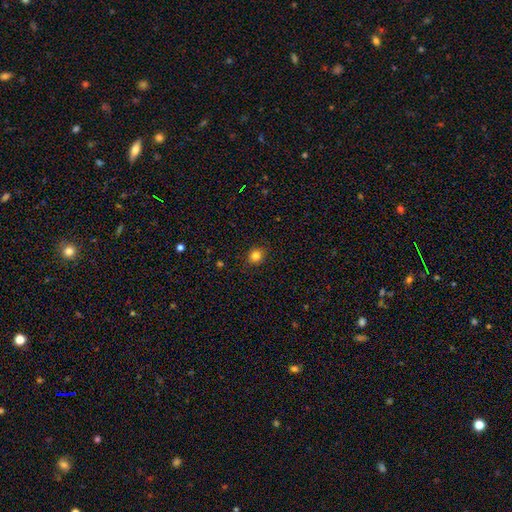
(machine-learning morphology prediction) This appears to be a smooth galaxy with no disk features (83%) that is round (81%). Merging: none (87%).